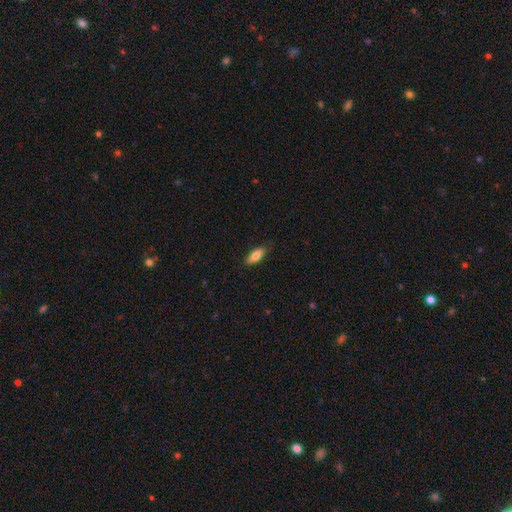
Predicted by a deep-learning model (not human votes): smooth 80%, featured or disk 14%, star or artifact 6%. Down the decision tree: how rounded — in between (77%); merging — none (82%).